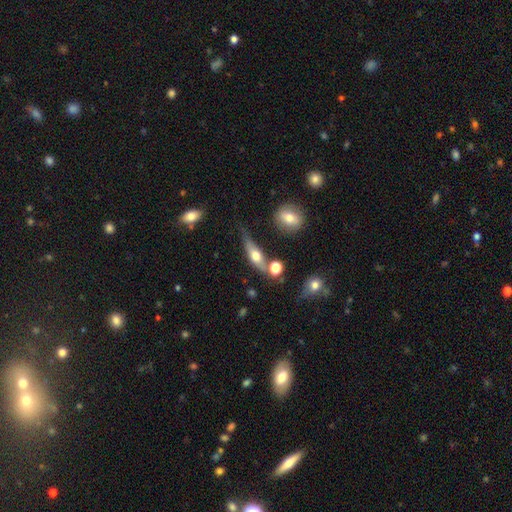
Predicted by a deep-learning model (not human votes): This appears to be a smooth galaxy with no disk features (47%). Merging: none (55%).